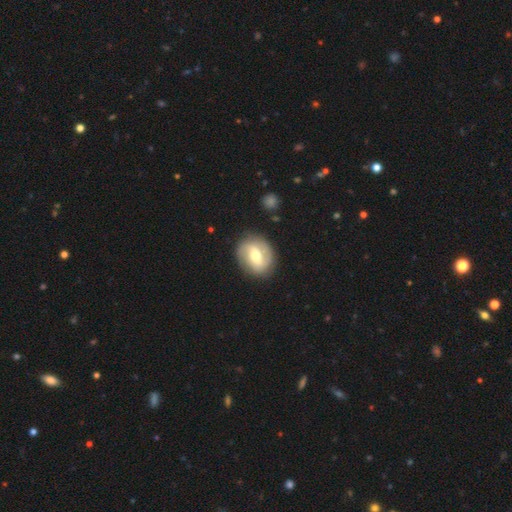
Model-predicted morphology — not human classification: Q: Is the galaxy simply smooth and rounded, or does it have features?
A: featured or disk — 64%.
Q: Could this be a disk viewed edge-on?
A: no — 96%.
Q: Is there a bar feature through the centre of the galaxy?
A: weak — 46%.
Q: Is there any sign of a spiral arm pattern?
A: yes — 81%.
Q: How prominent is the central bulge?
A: moderate — 66%.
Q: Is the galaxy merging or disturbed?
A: none — 83%.